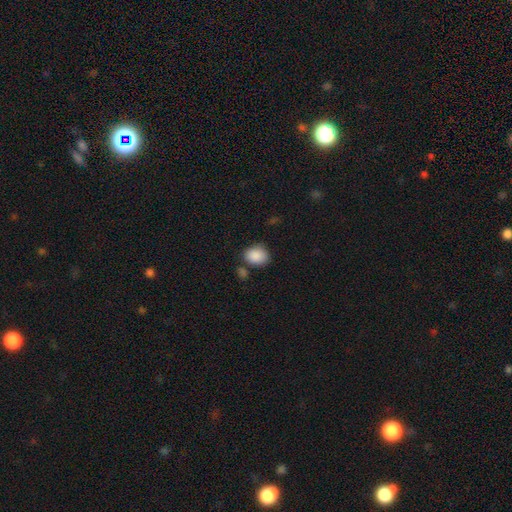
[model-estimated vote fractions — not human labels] smooth_or_featured: smooth (p=0.89) [alt: star or artifact p=0.08]
how_rounded: in between (p=0.59) [alt: round p=0.40]
merging: none (p=0.70) [alt: minor disturbance p=0.16]